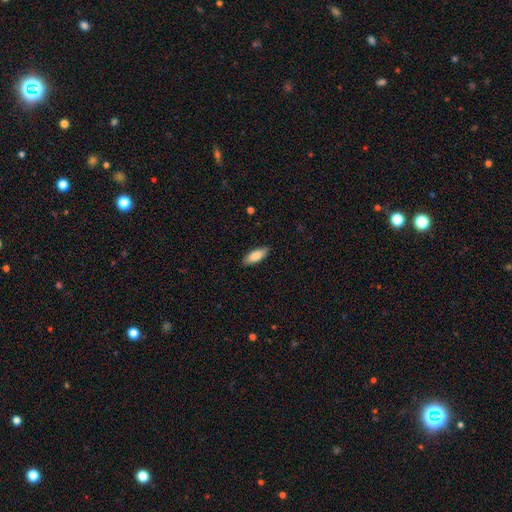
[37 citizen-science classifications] smooth 95%, star or artifact 5%, featured or disk 0%. Down the decision tree: how rounded — in between (57%); merging — none (91%).